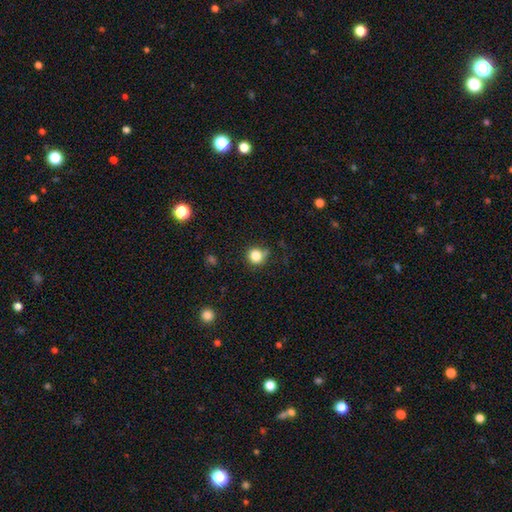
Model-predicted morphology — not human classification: Smooth or featured? Predicted: smooth (p=0.82). How rounded? Predicted: round (p=0.88). Merging? Predicted: none (p=0.69).